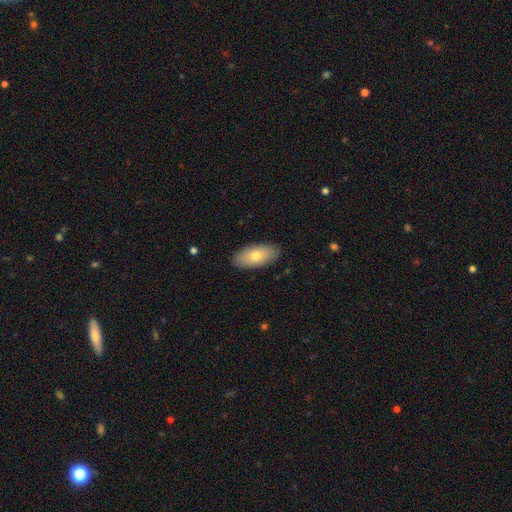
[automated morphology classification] Smooth or featured? Predicted: smooth (p=0.74). How rounded? Predicted: in between (p=0.91). Merging? Predicted: none (p=0.88).